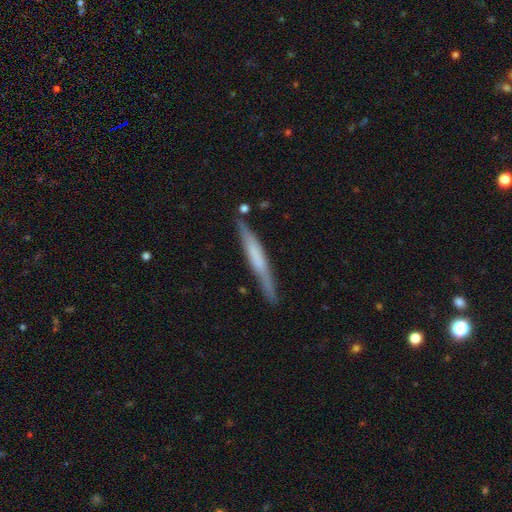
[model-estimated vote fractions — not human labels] Smooth or featured? featured or disk (49%)
Merging? none (83%)